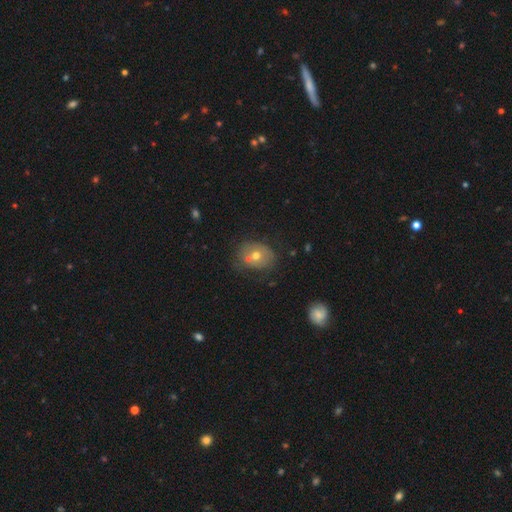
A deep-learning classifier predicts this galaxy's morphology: smooth_or_featured: smooth (p=0.57) [alt: featured or disk p=0.33]
how_rounded: in between (p=0.50) [alt: round p=0.49]
merging: none (p=0.47) [alt: merger p=0.25]